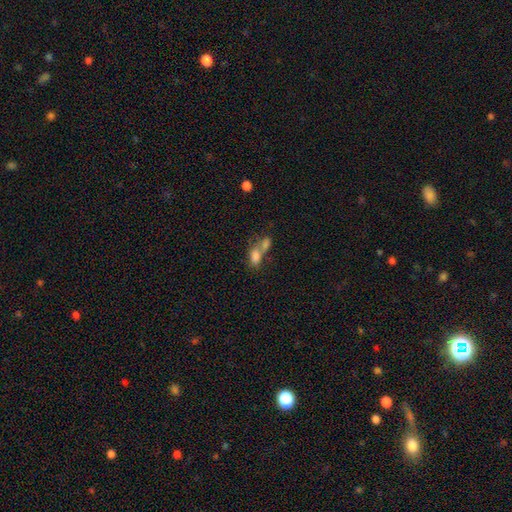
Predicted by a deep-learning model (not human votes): Smooth or featured: smooth — 74% (featured or disk — 15%)
How rounded: in between — 84% (round — 10%)
Merging: merger — 64% (none — 21%)